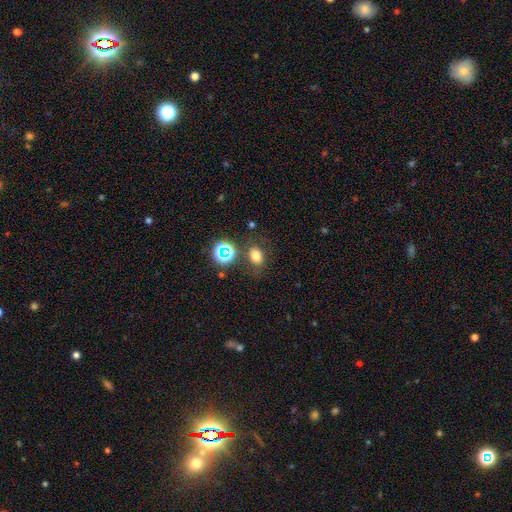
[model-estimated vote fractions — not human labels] Smooth or featured? smooth (72%)
How rounded? in between (59%)
Merging? none (73%)